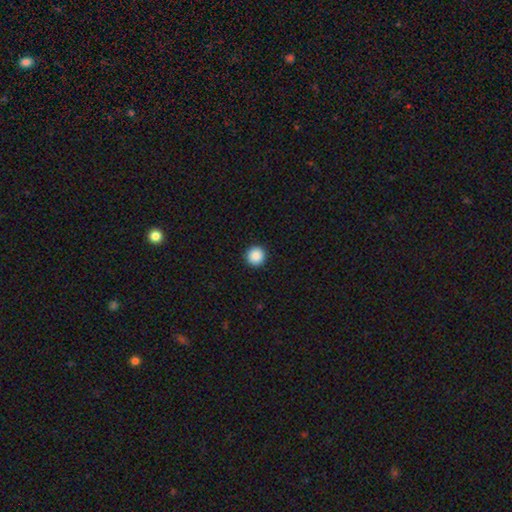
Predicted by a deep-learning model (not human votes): smooth_or_featured: smooth (p=0.89) [alt: star or artifact p=0.09]
how_rounded: round (p=0.96) [alt: in between p=0.03]
merging: none (p=0.93) [alt: minor disturbance p=0.04]